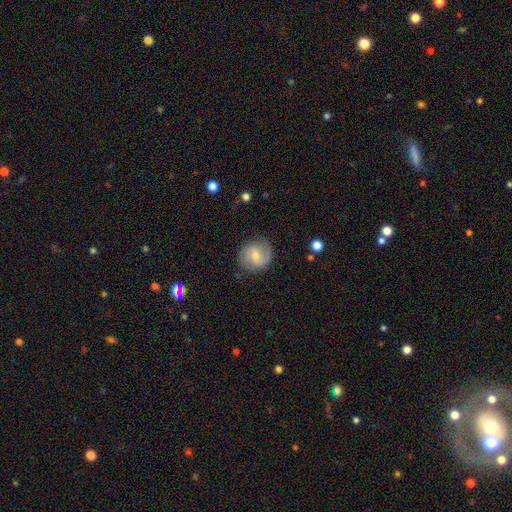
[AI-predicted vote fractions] A featured or disk galaxy (65%) with a weak bar (50%), 2 (83%) medium (48%) spiral arms (91%) and a moderate central bulge (48%). Merging: none (80%).